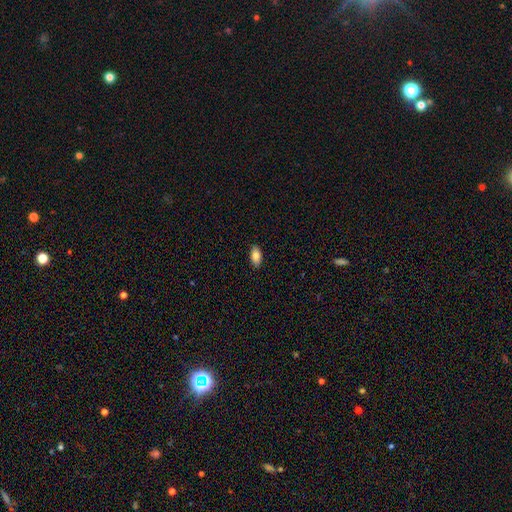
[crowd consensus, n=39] Smooth or featured?
  - smooth: 87% *
  - featured or disk: 13%
  - star or artifact: 0%
How rounded?
  - in between: 85% *
  - cigar-shaped: 9%
  - round: 6%
Merging?
  - none: 97% *
  - minor disturbance: 3%
  - major disturbance: 0%
  - merger: 0%